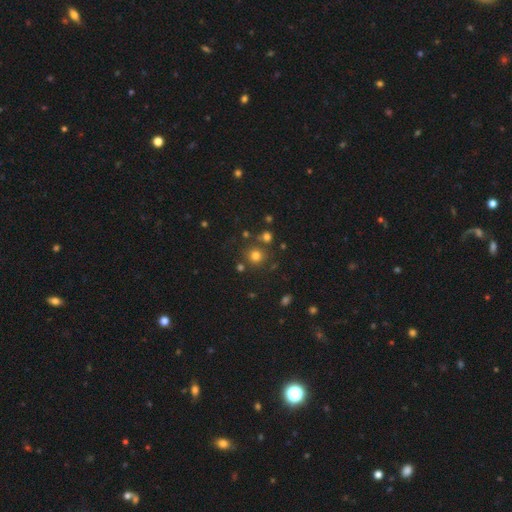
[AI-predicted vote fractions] Smooth or featured?
  - smooth: 74% *
  - star or artifact: 19%
  - featured or disk: 8%
How rounded?
  - round: 90% *
  - in between: 9%
  - cigar-shaped: 1%
Merging?
  - none: 77% *
  - merger: 10%
  - minor disturbance: 9%
  - major disturbance: 4%